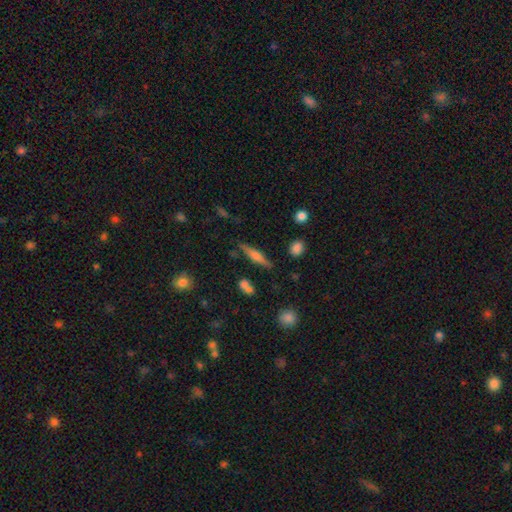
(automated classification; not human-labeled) featured or disk 57%, smooth 35%, star or artifact 8%. Down the decision tree: edge-on disk — yes (95%); edge-on bulge — rounded (82%); merging — none (80%).